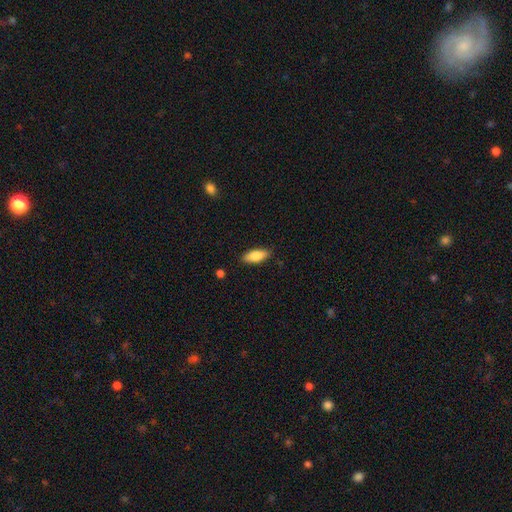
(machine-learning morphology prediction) Smooth or featured? smooth (81%)
How rounded? in between (79%)
Merging? none (86%)